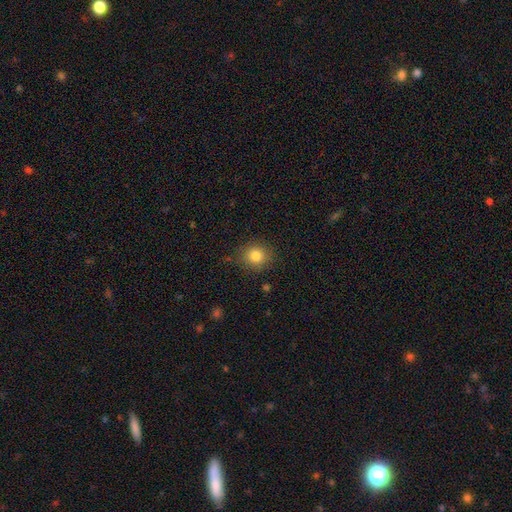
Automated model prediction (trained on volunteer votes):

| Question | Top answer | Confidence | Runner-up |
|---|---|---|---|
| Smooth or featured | smooth | 83% | star or artifact (11%) |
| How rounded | round | 88% | in between (11%) |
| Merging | none | 86% | minor disturbance (10%) |